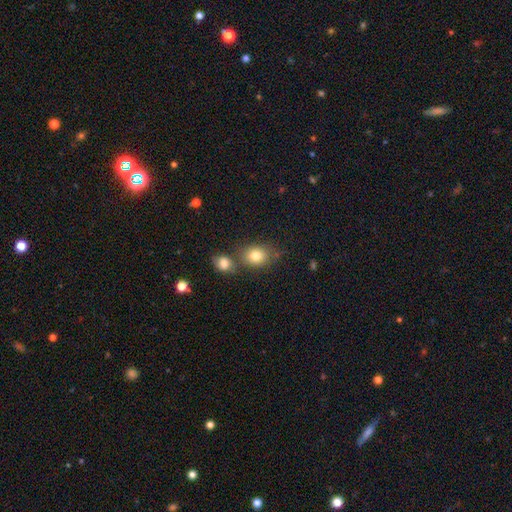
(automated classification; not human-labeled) smooth 82%, star or artifact 10%, featured or disk 9%. Down the decision tree: how rounded — in between (50%); merging — none (56%).